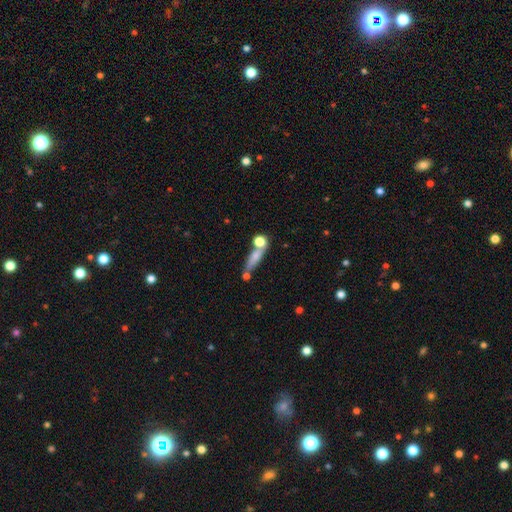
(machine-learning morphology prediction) Smooth or featured? Predicted: smooth (p=0.67). How rounded? Predicted: cigar-shaped (p=0.63). Merging? Predicted: none (p=0.54).